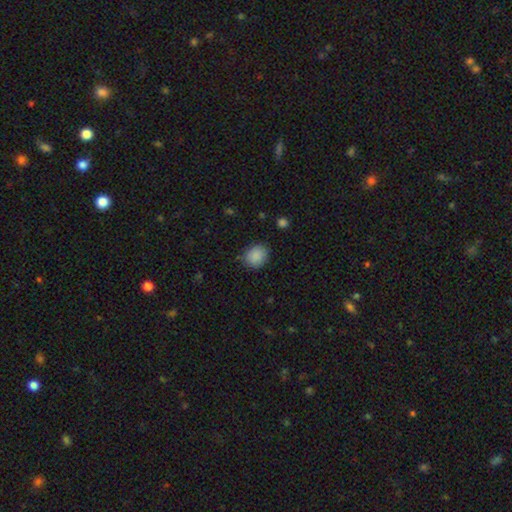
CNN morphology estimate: Smooth or featured?
  - smooth: 89% *
  - star or artifact: 8%
  - featured or disk: 4%
How rounded?
  - round: 70% *
  - in between: 29%
  - cigar-shaped: 1%
Merging?
  - none: 83% *
  - minor disturbance: 13%
  - major disturbance: 3%
  - merger: 1%